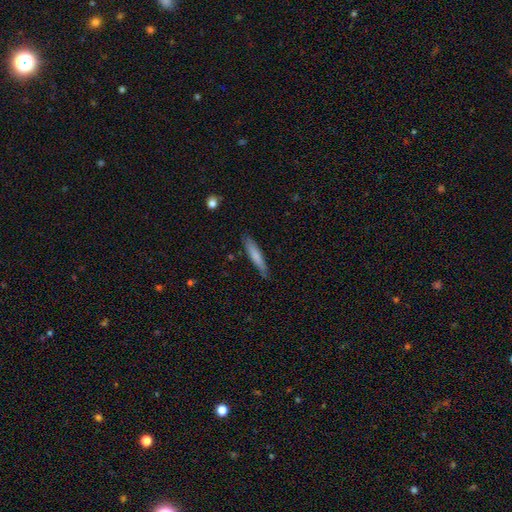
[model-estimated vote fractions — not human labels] Smooth or featured: smooth — 76% (featured or disk — 19%)
How rounded: cigar-shaped — 89% (in between — 10%)
Merging: none — 81% (minor disturbance — 15%)